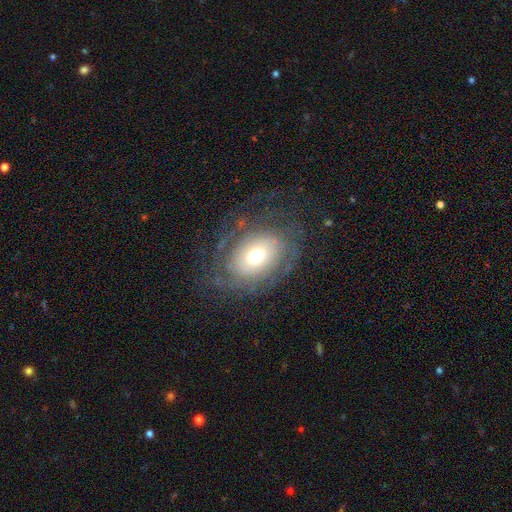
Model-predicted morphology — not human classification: smooth_or_featured: featured or disk (p=0.65) [alt: smooth p=0.26]
disk_edge_on: no (p=0.95) [alt: yes p=0.05]
bar: no (p=0.75) [alt: weak p=0.19]
has_spiral_arms: yes (p=0.76) [alt: no p=0.24]
bulge_size: moderate (p=0.64) [alt: large p=0.20]
merging: none (p=0.67) [alt: minor disturbance p=0.17]